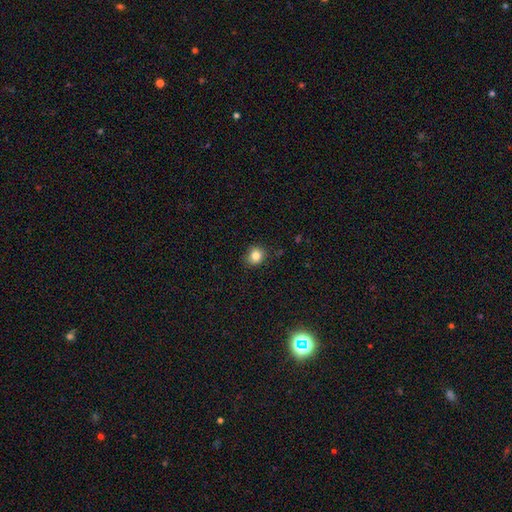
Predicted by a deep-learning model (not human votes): Smooth or featured: smooth — 83% (star or artifact — 11%)
How rounded: round — 77% (in between — 22%)
Merging: none — 84% (minor disturbance — 12%)